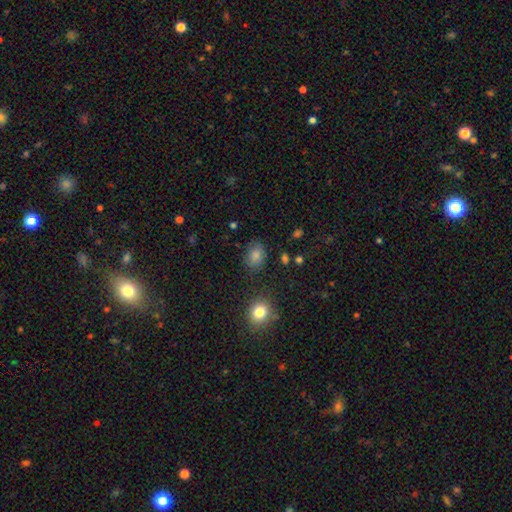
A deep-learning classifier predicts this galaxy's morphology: The model was most divided on "how rounded": in between: 61%, round: 38%, cigar-shaped: 1%. More confident: smooth or featured — smooth (83%); merging — none (80%).